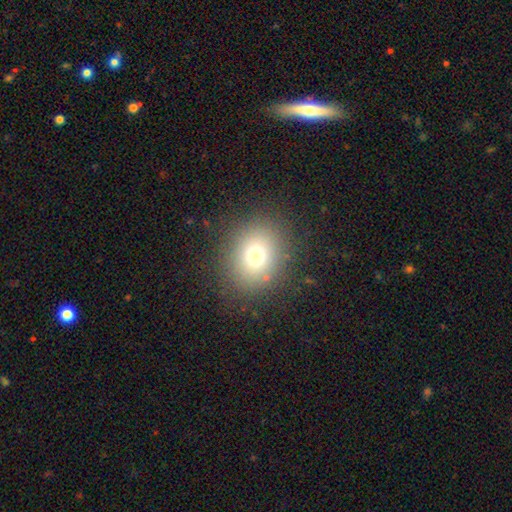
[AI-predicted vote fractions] Smooth or featured? smooth (74%)
How rounded? round (61%)
Merging? none (85%)